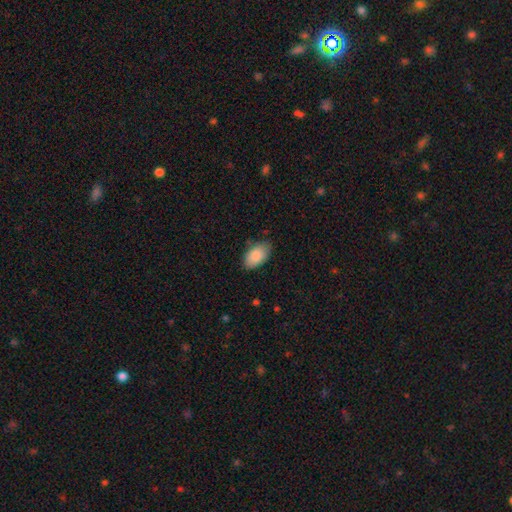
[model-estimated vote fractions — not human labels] smooth_or_featured: smooth (p=0.87) [alt: featured or disk p=0.07]
how_rounded: in between (p=0.94) [alt: round p=0.04]
merging: none (p=0.76) [alt: minor disturbance p=0.19]